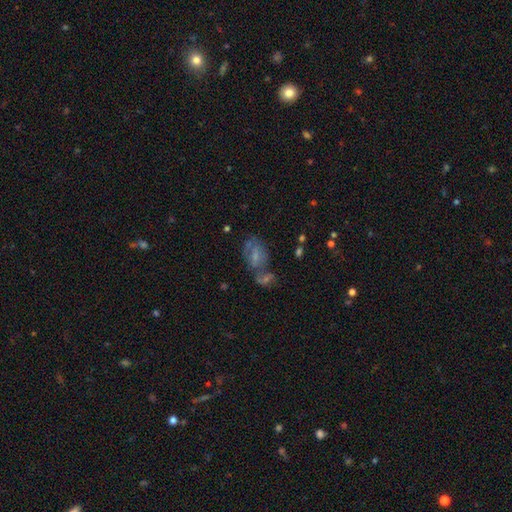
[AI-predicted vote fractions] A featured or disk galaxy (48%).

Vote fractions:
- Smooth or featured? featured or disk: 48% / smooth: 35% / star or artifact: 17%
- Merging? none: 40% / merger: 32% / minor disturbance: 16% / major disturbance: 11%